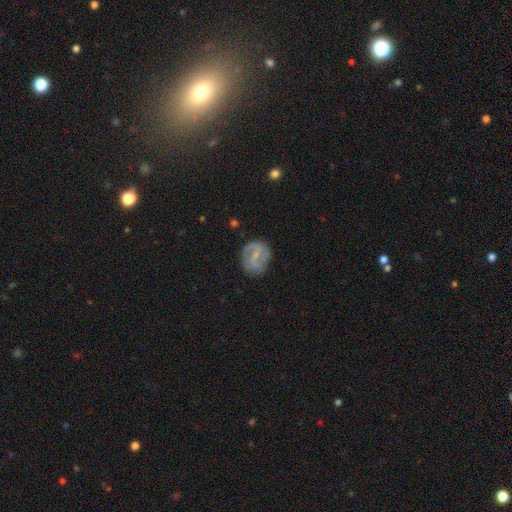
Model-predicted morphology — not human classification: A featured or disk galaxy (74%) with a weak bar (51%), 2 (83%) medium (47%) spiral arms (87%) and a small central bulge (63%).

Vote fractions:
- Smooth or featured? featured or disk: 74% / smooth: 20% / star or artifact: 6%
- Edge-on disk? no: 97% / yes: 3%
- Bar? weak: 51% / strong: 29% / no: 20%
- Spiral arms? yes: 87% / no: 13%
- Spiral winding? medium: 47% / tight: 27% / loose: 26%
- Spiral arm count? 2: 83% / can't tell: 9% / 1: 3% / 3: 2% / 4: 1% / more than 4: 1%
- Bulge size? small: 63% / moderate: 21% / none: 14% / large: 1% / dominant: 1%
- Merging? none: 77% / minor disturbance: 16% / major disturbance: 6% / merger: 1%